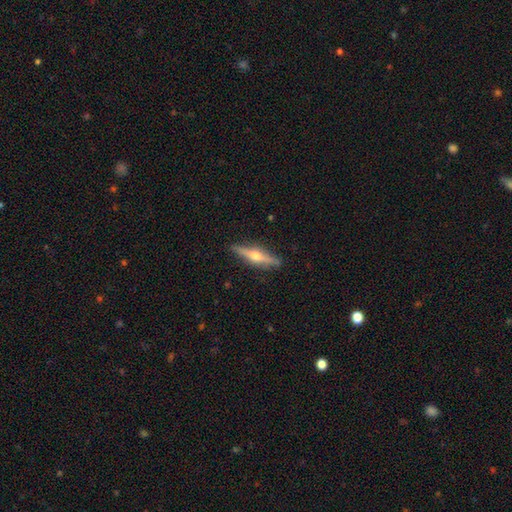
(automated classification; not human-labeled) smooth-or-featured: featured or disk: 70% | smooth: 24% | star or artifact: 6%
  disk-edge-on: yes: 97% | no: 3%
    edge-on-bulge: rounded: 94% | boxy: 3% | none: 3%
  merging: none: 90% | minor disturbance: 7% | major disturbance: 2% | merger: 1%